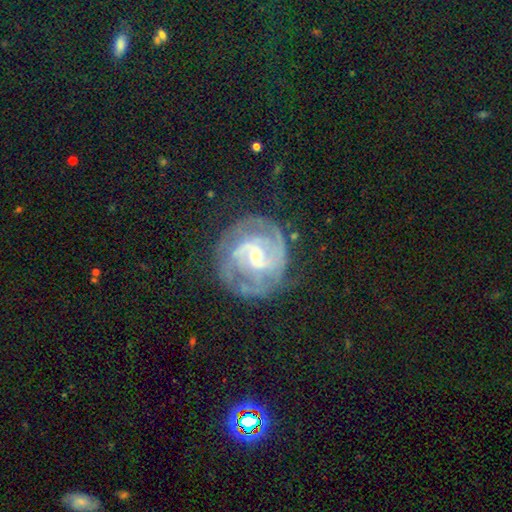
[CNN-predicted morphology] featured or disk 86%, smooth 8%, star or artifact 6%. Down the decision tree: edge-on disk — no (98%); bar — weak (48%); spiral arms — yes (95%); spiral arm count — 2 (54%); spiral winding — tight (53%); bulge size — small (69%); merging — none (71%).